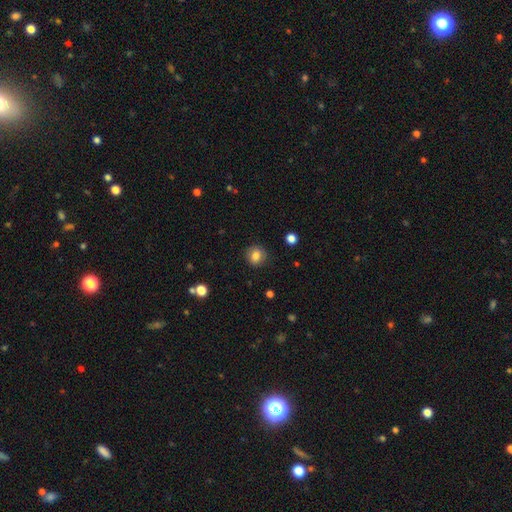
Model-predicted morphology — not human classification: smooth 81%, star or artifact 10%, featured or disk 9%. Down the decision tree: how rounded — round (81%); merging — none (86%).